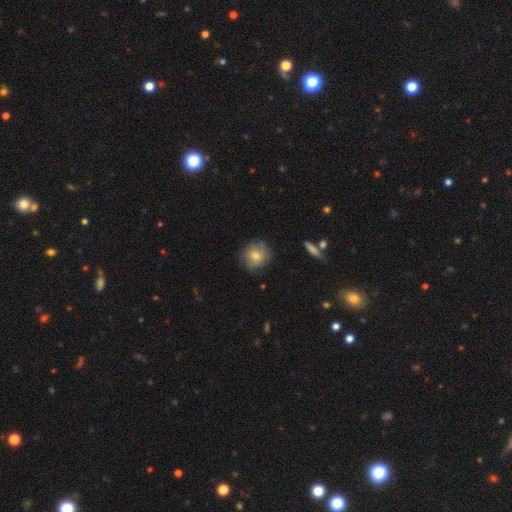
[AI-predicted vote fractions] The model was most divided on "smooth or featured": smooth: 63%, featured or disk: 29%, star or artifact: 8%. More confident: how rounded — round (89%); merging — none (78%).